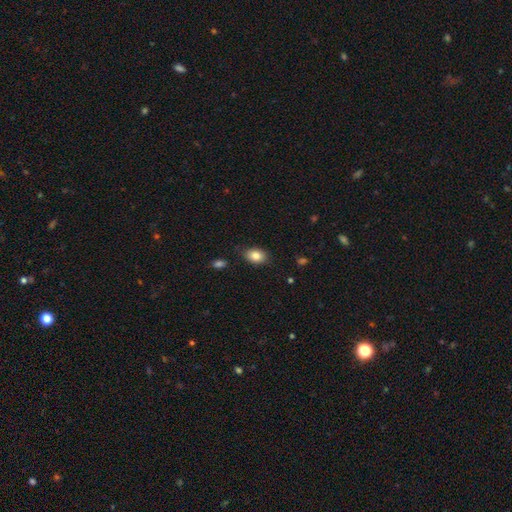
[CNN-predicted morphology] Overall: smooth (84%). How rounded: in between (82%). Merging: none (83%).